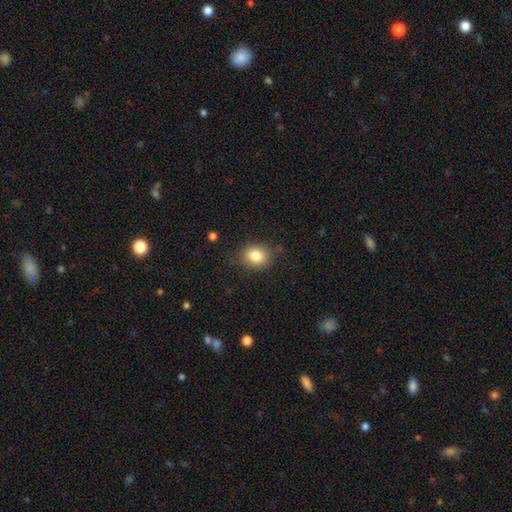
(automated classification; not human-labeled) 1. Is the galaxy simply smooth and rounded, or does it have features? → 83% smooth, 10% star or artifact, 7% featured or disk.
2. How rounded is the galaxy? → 62% round, 38% in between, 1% cigar-shaped.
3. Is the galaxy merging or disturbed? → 83% none, 13% minor disturbance, 3% major disturbance, 1% merger.